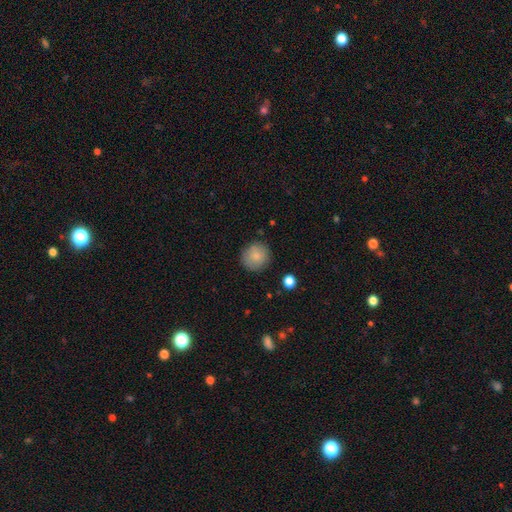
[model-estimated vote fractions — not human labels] A smooth galaxy with no disk features (84%) that is round (91%).

Vote fractions:
- Smooth or featured? smooth: 84% / featured or disk: 8% / star or artifact: 8%
- How rounded? round: 91% / in between: 8% / cigar-shaped: 1%
- Merging? none: 86% / minor disturbance: 10% / major disturbance: 2% / merger: 2%